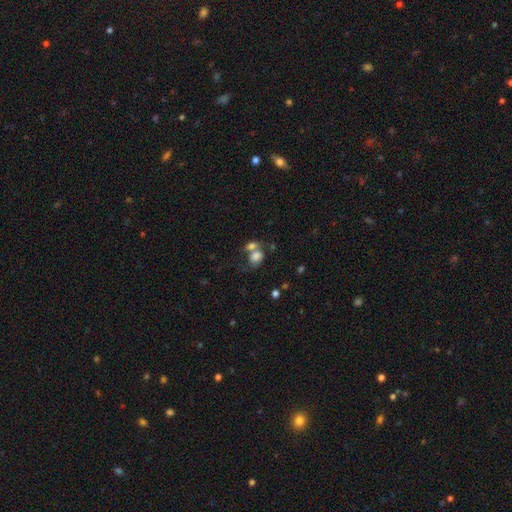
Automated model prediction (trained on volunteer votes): Smooth or featured? Predicted: smooth (p=0.75). How rounded? Predicted: in between (p=0.57). Merging? Predicted: merger (p=0.51).